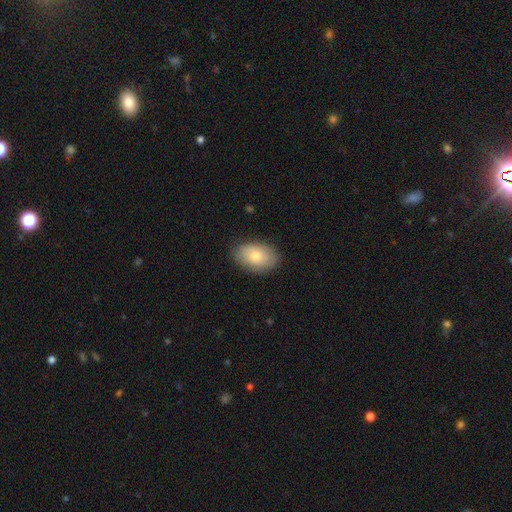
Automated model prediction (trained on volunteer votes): Smooth or featured: smooth — 78% (featured or disk — 16%)
How rounded: in between — 90% (round — 9%)
Merging: none — 83% (minor disturbance — 13%)